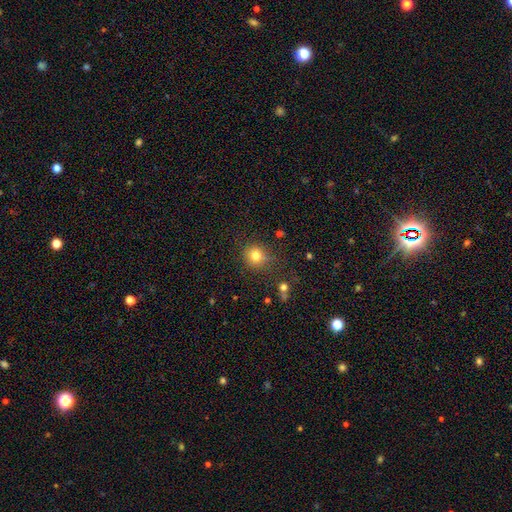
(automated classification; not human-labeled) A smooth galaxy with no disk features (77%) that is round (86%). Merging: none (76%).